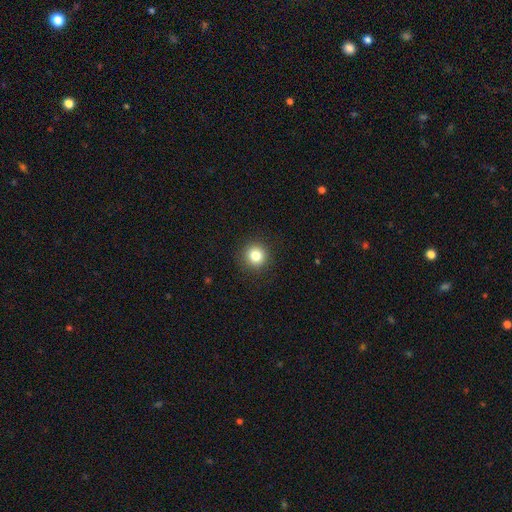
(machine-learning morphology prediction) smooth 81%, star or artifact 12%, featured or disk 7%. Down the decision tree: how rounded — round (95%); merging — none (92%).